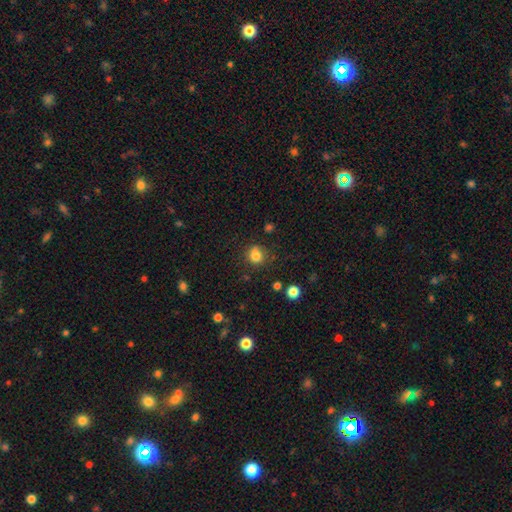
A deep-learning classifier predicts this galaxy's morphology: Smooth or featured: smooth — 81% (star or artifact — 13%)
How rounded: round — 76% (in between — 23%)
Merging: none — 69% (minor disturbance — 20%)